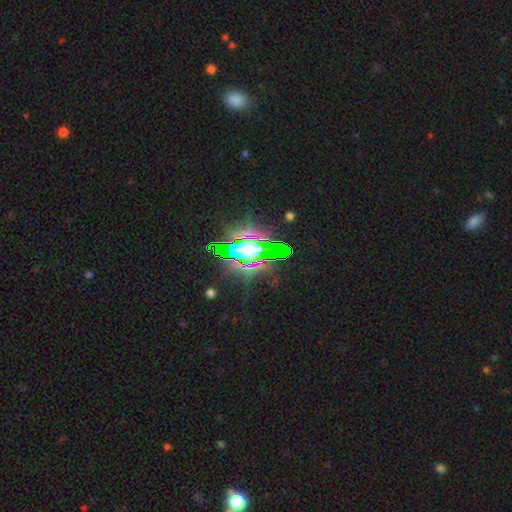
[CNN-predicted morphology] This is likely a star or artifact rather than a galaxy (63%).